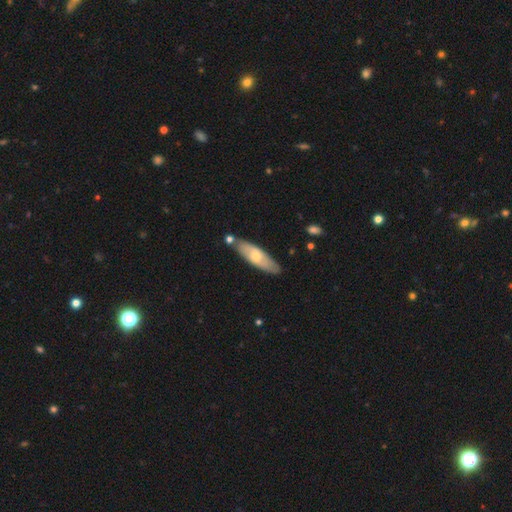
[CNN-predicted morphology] smooth 54%, featured or disk 41%, star or artifact 5%. Down the decision tree: how rounded — cigar-shaped (55%); merging — none (76%).